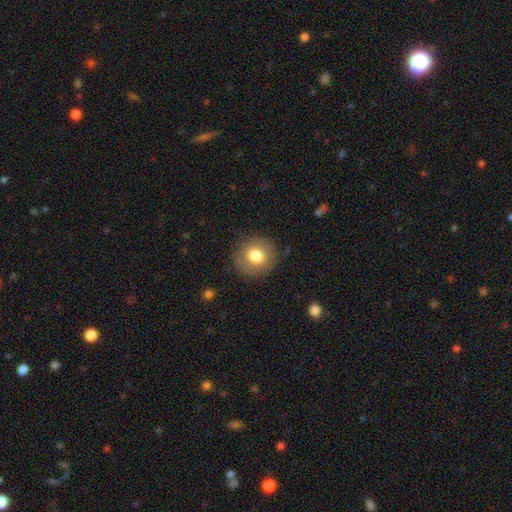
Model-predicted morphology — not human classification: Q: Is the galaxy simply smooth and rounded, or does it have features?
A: smooth — 78%.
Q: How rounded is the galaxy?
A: round — 91%.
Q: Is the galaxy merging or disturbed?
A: none — 88%.